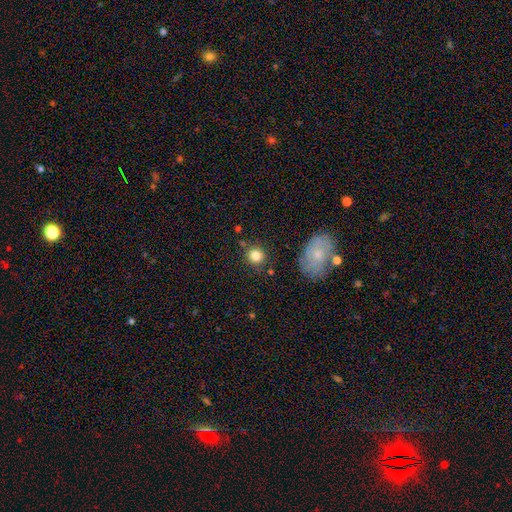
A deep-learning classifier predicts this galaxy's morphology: Q: Smooth or featured?
A: smooth (83%); runner-up: star or artifact (10%)
Q: How rounded?
A: round (89%); runner-up: in between (10%)
Q: Merging?
A: none (83%); runner-up: minor disturbance (10%)